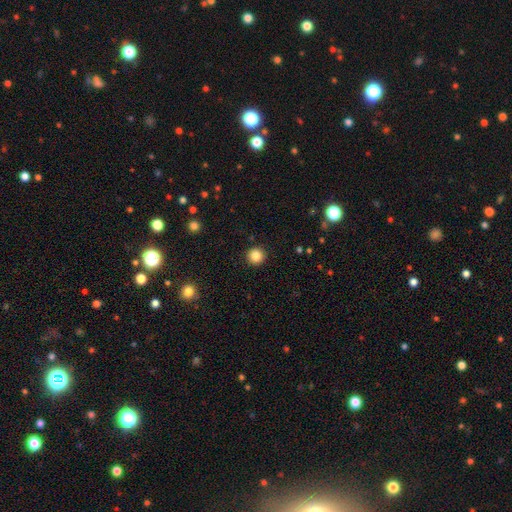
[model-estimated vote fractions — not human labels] A smooth galaxy with no disk features (86%) that is round (95%). Merging: none (93%).